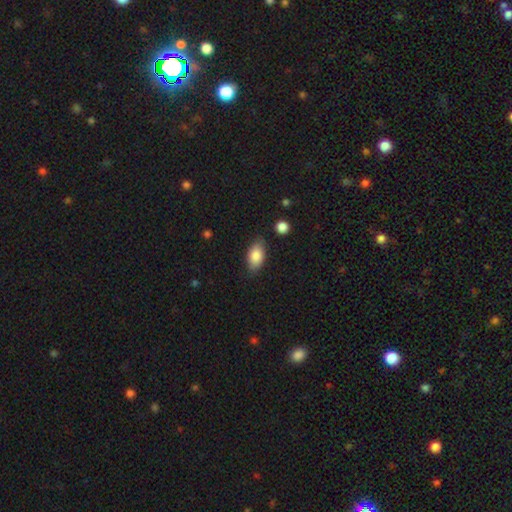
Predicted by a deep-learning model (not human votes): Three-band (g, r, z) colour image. It shows a smooth galaxy with no disk features (84%) that is in between round and cigar-shaped (91%). Merging: none (81%).